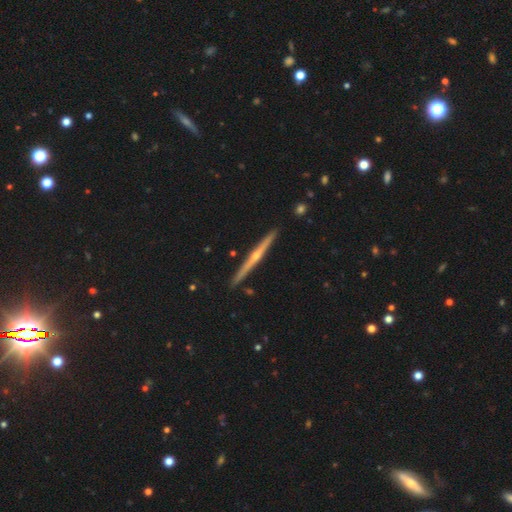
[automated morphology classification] smooth_or_featured: featured or disk (p=0.79) [alt: smooth p=0.16]
disk_edge_on: yes (p=0.98) [alt: no p=0.02]
edge_on_bulge: rounded (p=0.81) [alt: none p=0.16]
merging: none (p=0.92) [alt: minor disturbance p=0.06]